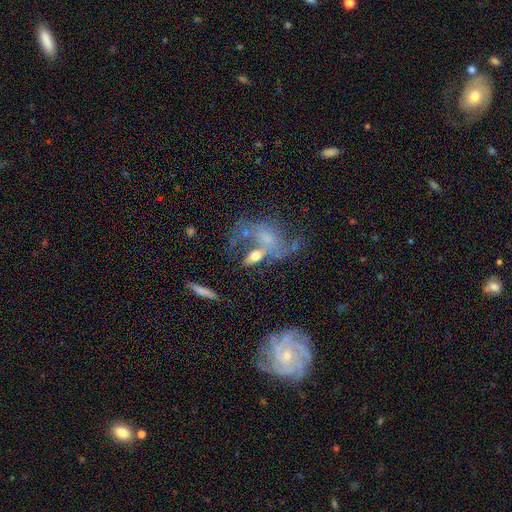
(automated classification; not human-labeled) A featured or disk galaxy (49%). Merging: merger (29%).